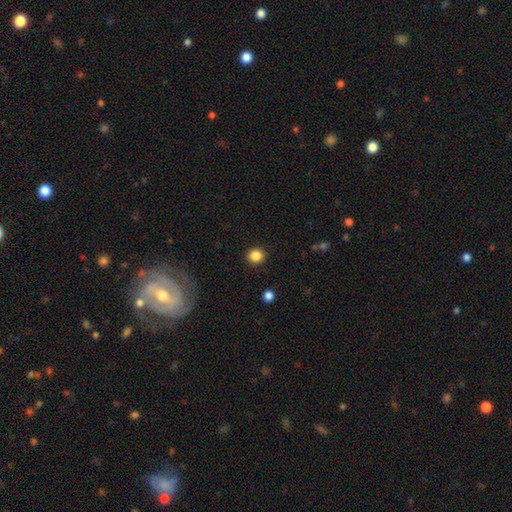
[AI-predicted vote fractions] Smooth or featured?
  - smooth: 86% *
  - star or artifact: 11%
  - featured or disk: 4%
How rounded?
  - round: 91% *
  - in between: 8%
  - cigar-shaped: 1%
Merging?
  - none: 92% *
  - minor disturbance: 5%
  - major disturbance: 2%
  - merger: 1%